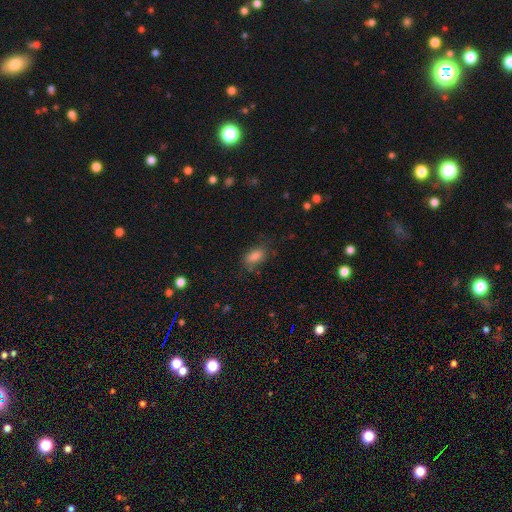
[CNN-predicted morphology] This is clearly a smooth galaxy (85%). How rounded: clearly in between (89%). Merging: likely none (70%).